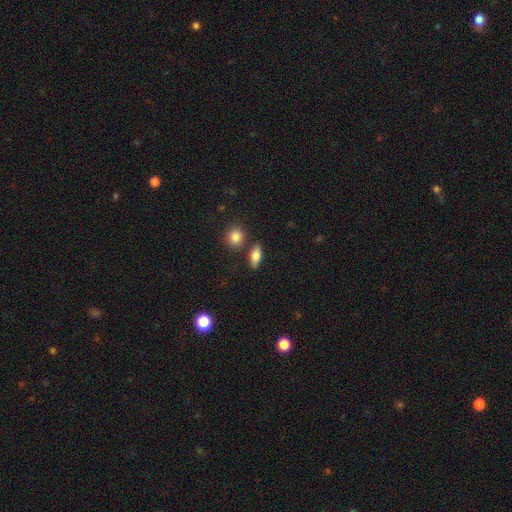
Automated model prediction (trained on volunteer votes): This is likely a smooth galaxy (71%). How rounded: likely in between (70%). Merging: clearly none (81%).